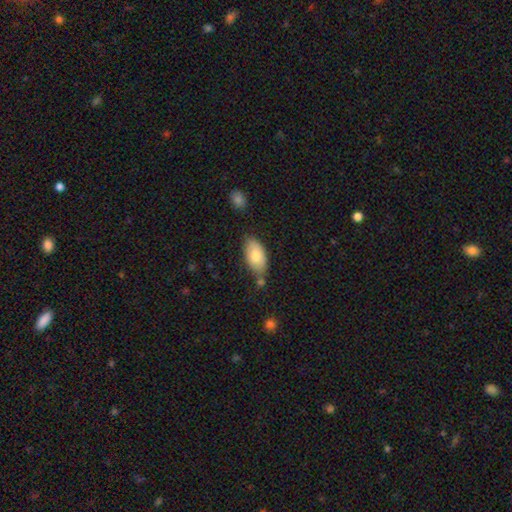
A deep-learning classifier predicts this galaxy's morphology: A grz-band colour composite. It shows a smooth galaxy with no disk features (79%) that is in between round and cigar-shaped (94%). Merging: none (62%).